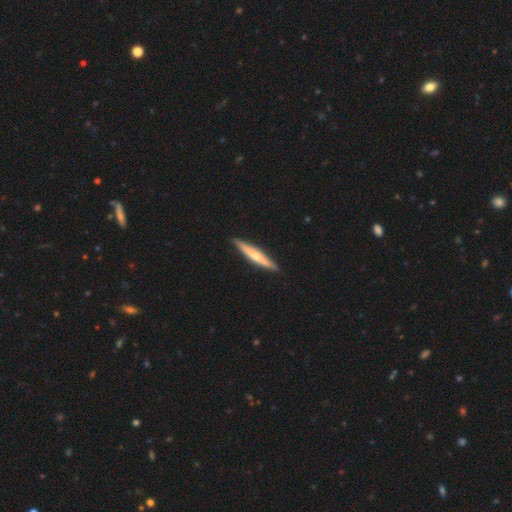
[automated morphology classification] Smooth or featured? Predicted: featured or disk (p=0.53). Edge-on disk? Predicted: yes (p=0.96). Edge-on bulge? Predicted: rounded (p=0.64). Merging? Predicted: none (p=0.91).